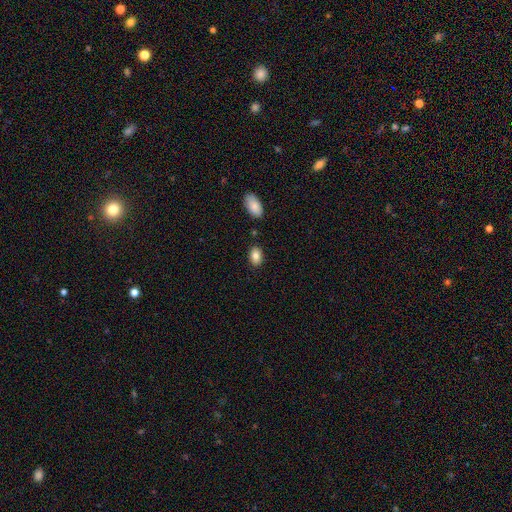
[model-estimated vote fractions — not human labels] The model was most divided on "merging": none: 84%, minor disturbance: 10%, merger: 4%, major disturbance: 2%. More confident: how rounded — in between (87%); smooth or featured — smooth (85%).